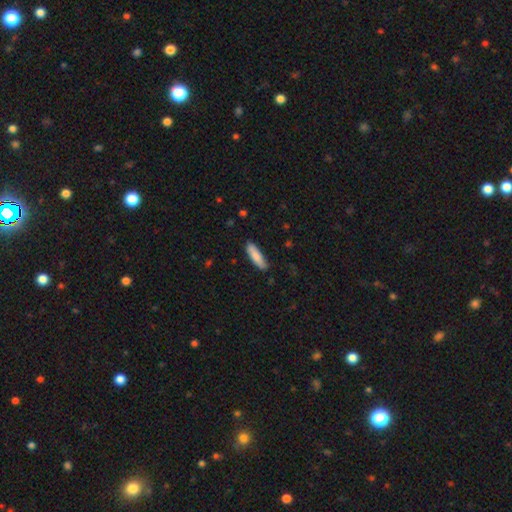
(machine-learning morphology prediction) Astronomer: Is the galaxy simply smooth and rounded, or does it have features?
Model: smooth — 83%.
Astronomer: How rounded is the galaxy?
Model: cigar-shaped — 62%.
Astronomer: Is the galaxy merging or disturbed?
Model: none — 85%.